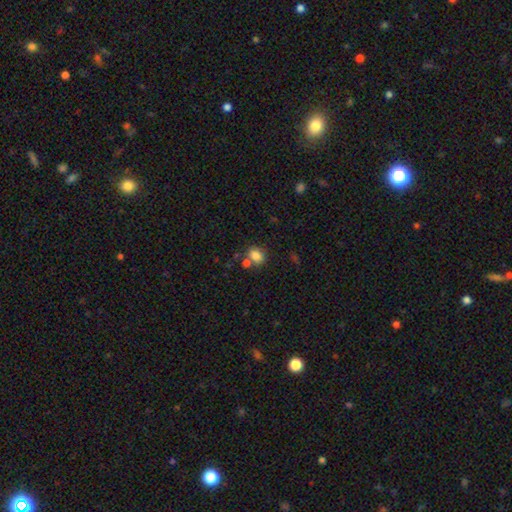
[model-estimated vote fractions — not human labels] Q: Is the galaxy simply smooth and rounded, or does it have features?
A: smooth — 83%.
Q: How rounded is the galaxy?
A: in between — 57%.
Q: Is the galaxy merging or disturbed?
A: none — 63%.